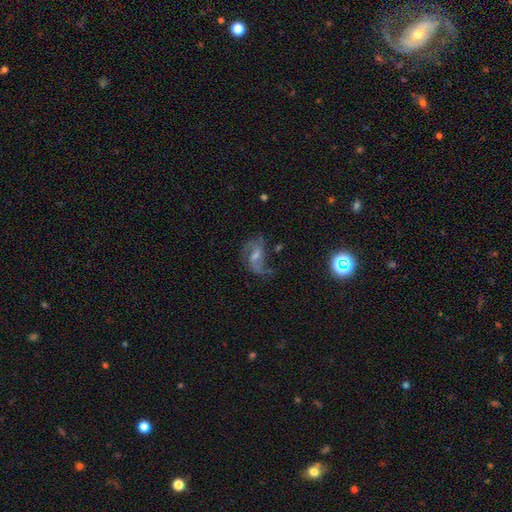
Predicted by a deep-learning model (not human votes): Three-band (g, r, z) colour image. It shows a featured or disk galaxy (67%) with a weak bar (50%), 2 (69%) loose (56%) spiral arms (85%) and a small central bulge (41%). Merging: none (50%).